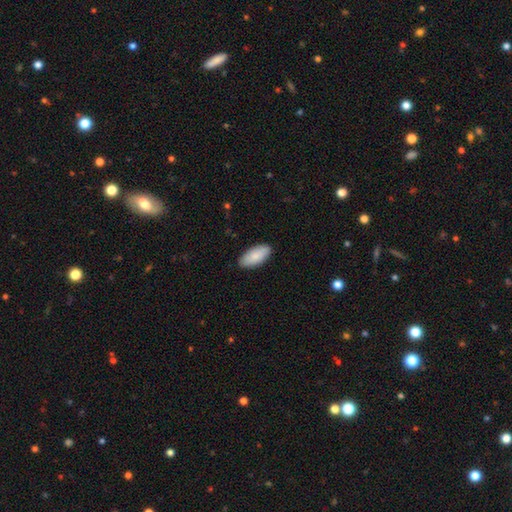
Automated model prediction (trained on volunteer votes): This appears to be a smooth galaxy with no disk features (87%) that is in between round and cigar-shaped (92%). Merging: none (87%).